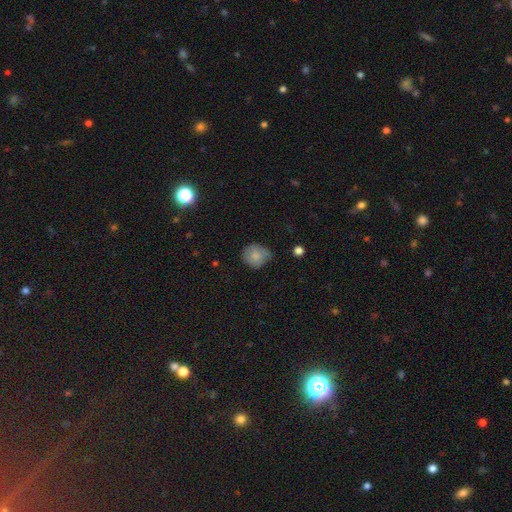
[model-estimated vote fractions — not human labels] A smooth galaxy with no disk features (76%) that is round (81%).

Vote fractions:
- Smooth or featured? smooth: 76% / featured or disk: 16% / star or artifact: 9%
- How rounded? round: 81% / in between: 18% / cigar-shaped: 1%
- Merging? none: 59% / minor disturbance: 32% / major disturbance: 7% / merger: 2%